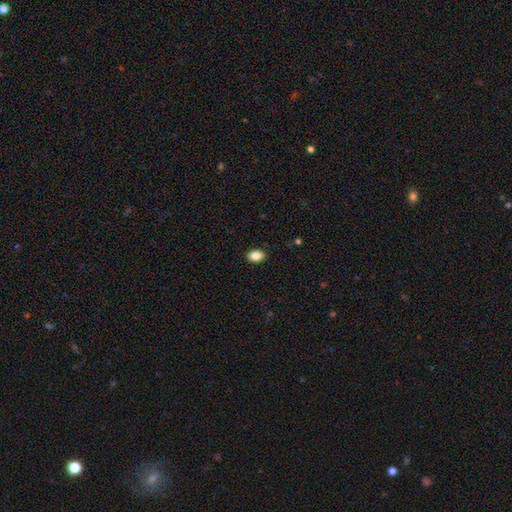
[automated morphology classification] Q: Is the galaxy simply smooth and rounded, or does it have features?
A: smooth — 87%.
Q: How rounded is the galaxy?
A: in between — 87%.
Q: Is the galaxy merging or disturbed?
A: none — 90%.